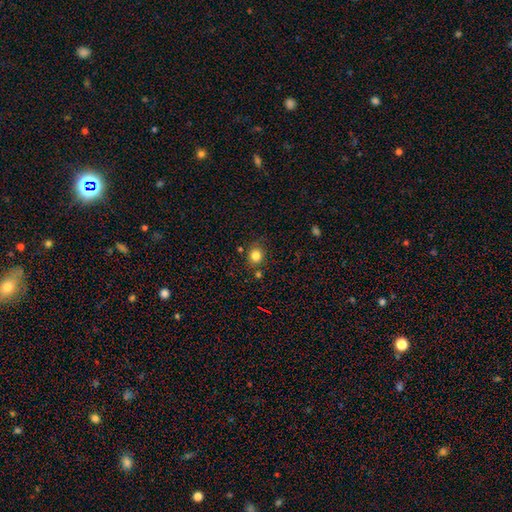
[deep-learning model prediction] Q: Smooth or featured?
A: smooth (81%); runner-up: star or artifact (12%)
Q: How rounded?
A: round (76%); runner-up: in between (23%)
Q: Merging?
A: none (74%); runner-up: minor disturbance (16%)